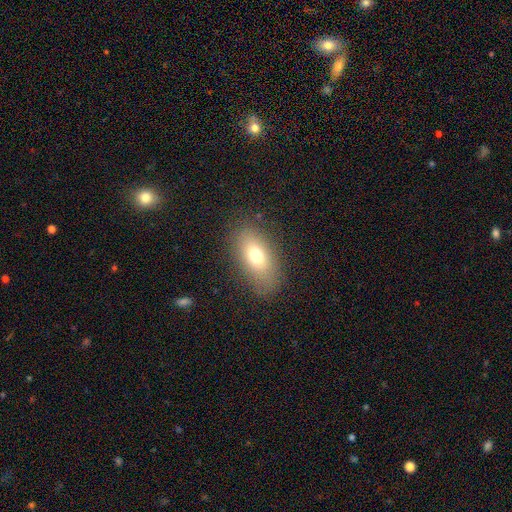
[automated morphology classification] Smooth or featured? smooth (72%)
How rounded? in between (87%)
Merging? none (82%)